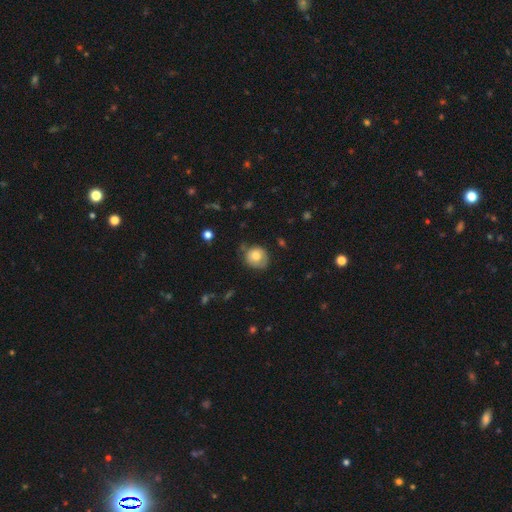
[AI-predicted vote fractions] Smooth or featured?
  - smooth: 74% *
  - featured or disk: 18%
  - star or artifact: 8%
How rounded?
  - round: 78% *
  - in between: 21%
  - cigar-shaped: 1%
Merging?
  - none: 62% *
  - minor disturbance: 27%
  - major disturbance: 8%
  - merger: 3%